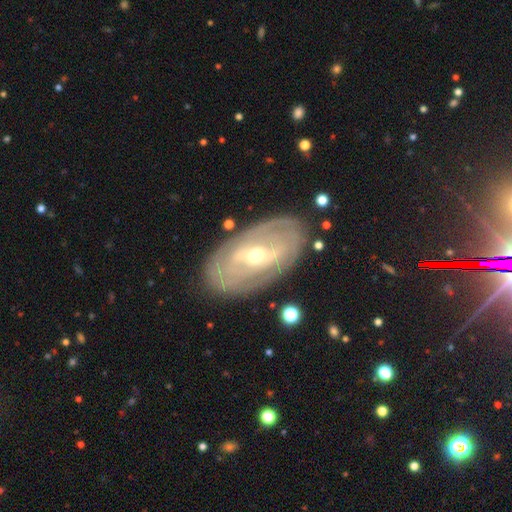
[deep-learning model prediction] This appears to be a featured or disk galaxy (79%) with a weak bar (39%), tight (69%) spiral arms (70%) and a moderate central bulge (54%). Merging: none (83%).